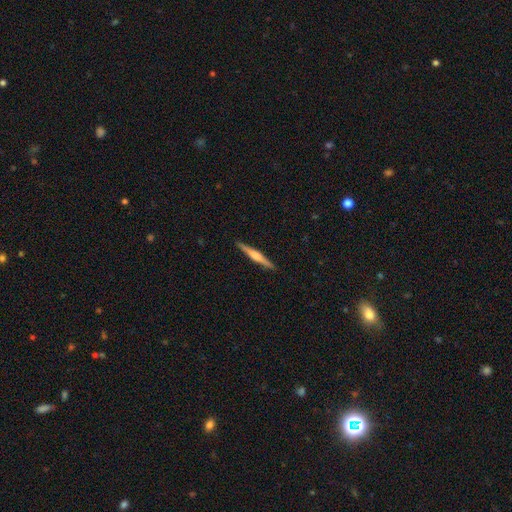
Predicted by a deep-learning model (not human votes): Smooth or featured: featured or disk — 65% (smooth — 30%)
Edge-on disk: yes — 98% (no — 2%)
Edge-on bulge: rounded — 68% (boxy — 21%)
Merging: none — 92% (minor disturbance — 6%)